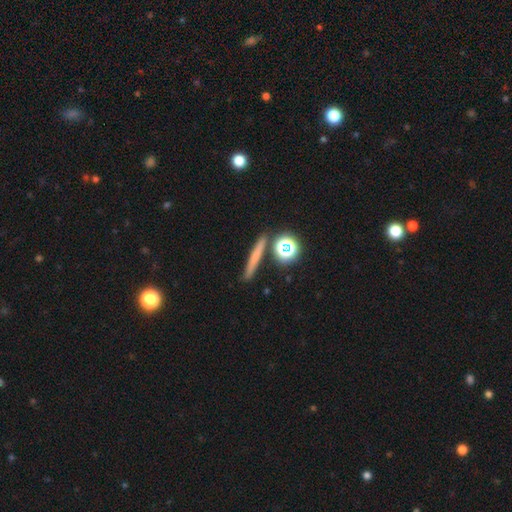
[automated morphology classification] A smooth galaxy with no disk features (61%) that is cigar-shaped (80%).

Vote fractions:
- Smooth or featured? smooth: 61% / featured or disk: 25% / star or artifact: 14%
- How rounded? cigar-shaped: 80% / round: 13% / in between: 7%
- Merging? none: 84% / minor disturbance: 7% / merger: 6% / major disturbance: 2%